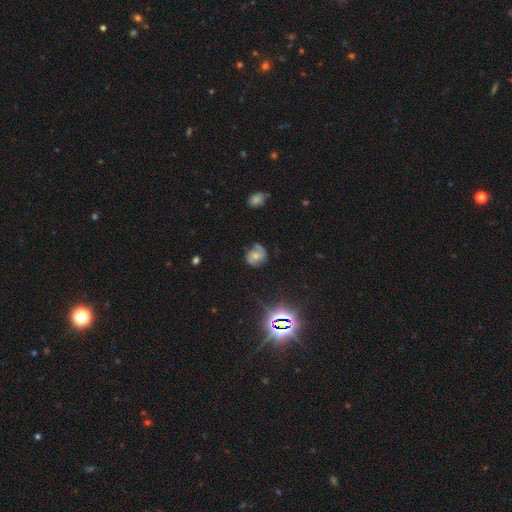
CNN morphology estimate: A featured or disk galaxy (60%) with no bar (61%), 2 (75%) medium (46%) spiral arms (89%) and a moderate central bulge (46%). Merging: none (68%).